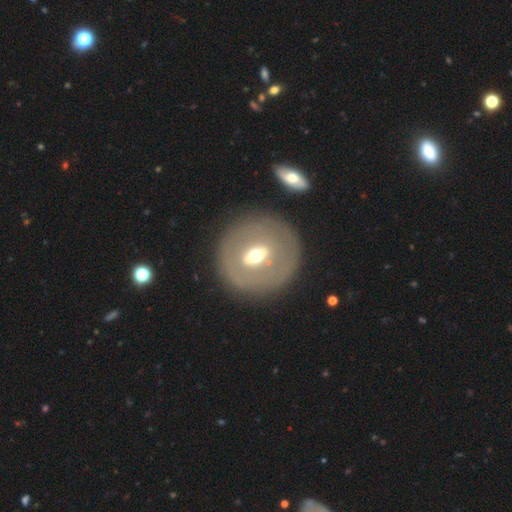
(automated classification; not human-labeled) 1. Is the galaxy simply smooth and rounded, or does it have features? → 60% featured or disk, 32% smooth, 8% star or artifact.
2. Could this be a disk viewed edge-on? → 84% no, 16% yes.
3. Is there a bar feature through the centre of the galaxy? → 38% strong, 37% weak, 25% no.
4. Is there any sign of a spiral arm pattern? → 90% no, 10% yes.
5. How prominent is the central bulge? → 66% moderate, 21% small, 10% large, 2% dominant, 1% none.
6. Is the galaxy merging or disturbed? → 83% none, 9% minor disturbance, 6% major disturbance, 3% merger.